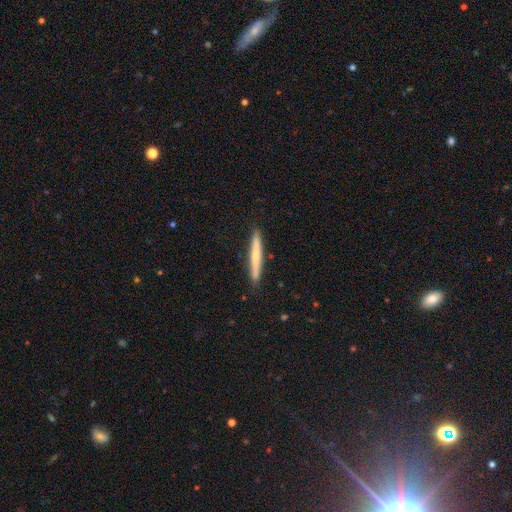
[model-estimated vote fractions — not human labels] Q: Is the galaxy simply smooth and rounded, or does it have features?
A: smooth — 58%.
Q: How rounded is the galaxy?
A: cigar-shaped — 96%.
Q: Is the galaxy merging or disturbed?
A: none — 90%.